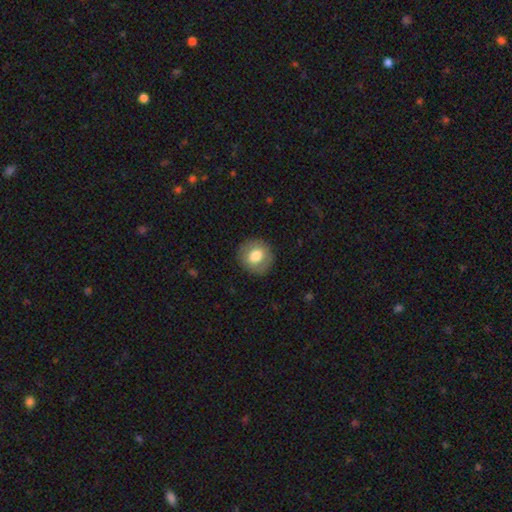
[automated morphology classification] The model was most divided on "smooth or featured": smooth: 75%, featured or disk: 17%, star or artifact: 8%. More confident: merging — none (89%); how rounded — round (86%).